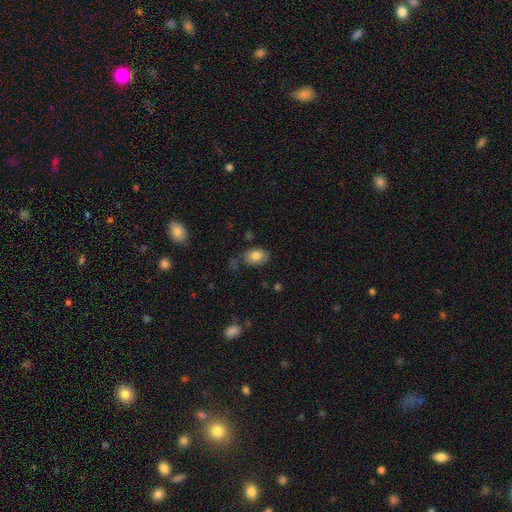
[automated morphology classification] Overall: smooth (82%). How rounded: in between (86%). Merging: none (73%).